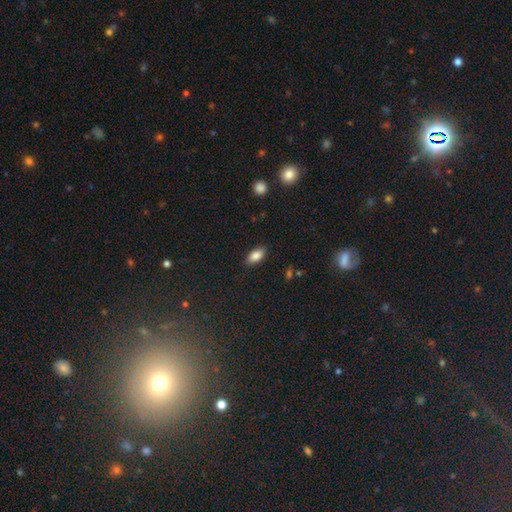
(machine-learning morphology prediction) Smooth or featured: smooth — 85% (star or artifact — 8%)
How rounded: in between — 91% (cigar-shaped — 6%)
Merging: none — 86% (minor disturbance — 10%)